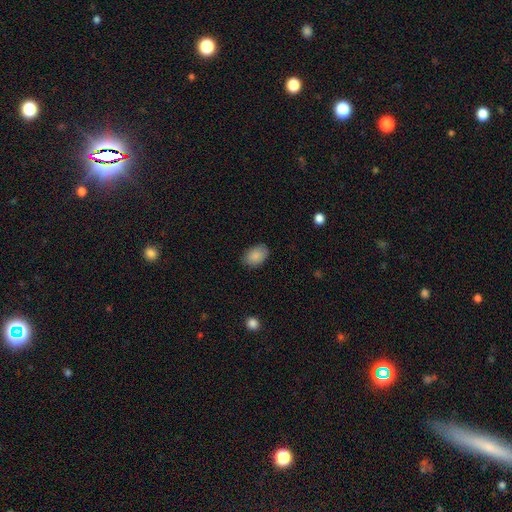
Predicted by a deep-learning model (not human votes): Q: Smooth or featured?
A: smooth (87%); runner-up: star or artifact (7%)
Q: How rounded?
A: in between (86%); runner-up: round (13%)
Q: Merging?
A: none (83%); runner-up: minor disturbance (13%)